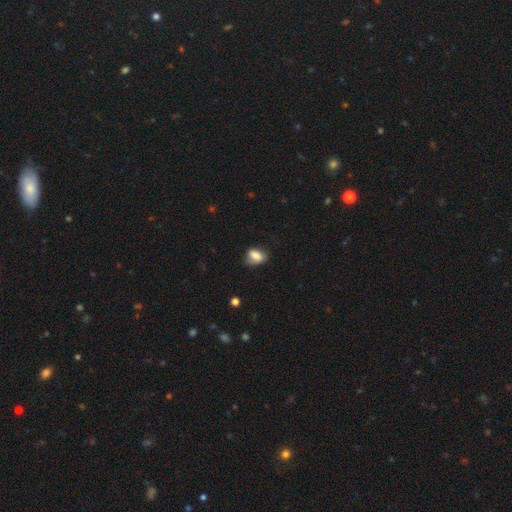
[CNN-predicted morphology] smooth_or_featured: smooth (p=0.81) [alt: featured or disk p=0.11]
how_rounded: in between (p=0.80) [alt: round p=0.18]
merging: none (p=0.56) [alt: minor disturbance p=0.32]